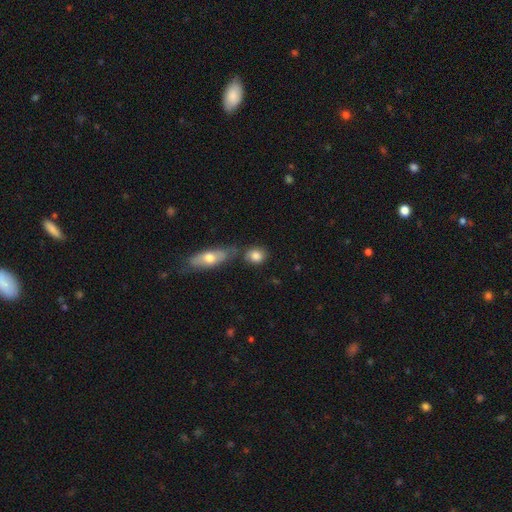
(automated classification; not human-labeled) Morphology: type=smooth (81%); roundness=round (52%); merging=none (58%).